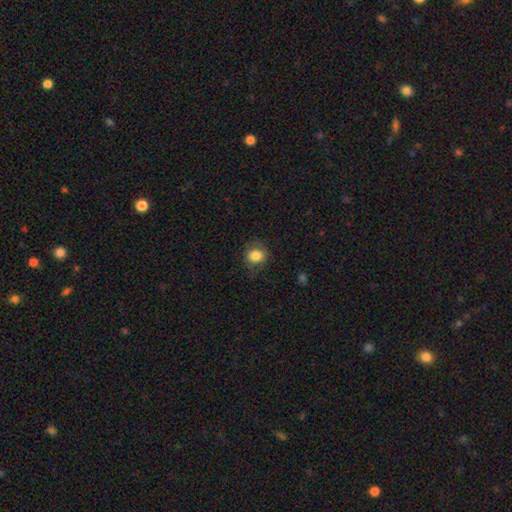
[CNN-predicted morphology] smooth_or_featured: smooth (p=0.83) [alt: star or artifact p=0.09]
how_rounded: round (p=0.69) [alt: in between p=0.30]
merging: none (p=0.75) [alt: minor disturbance p=0.17]